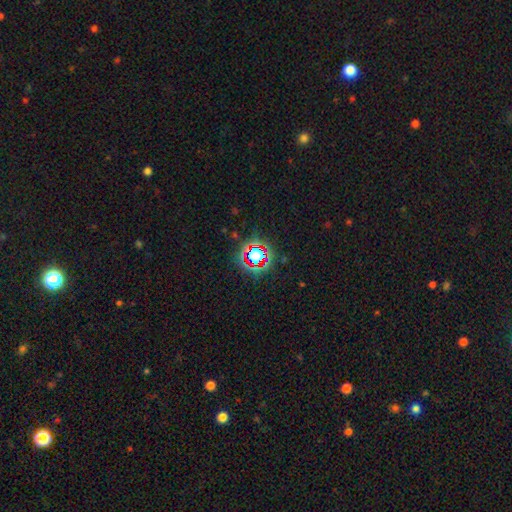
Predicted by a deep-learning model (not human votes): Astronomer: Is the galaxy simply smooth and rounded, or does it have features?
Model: star or artifact — 67%.